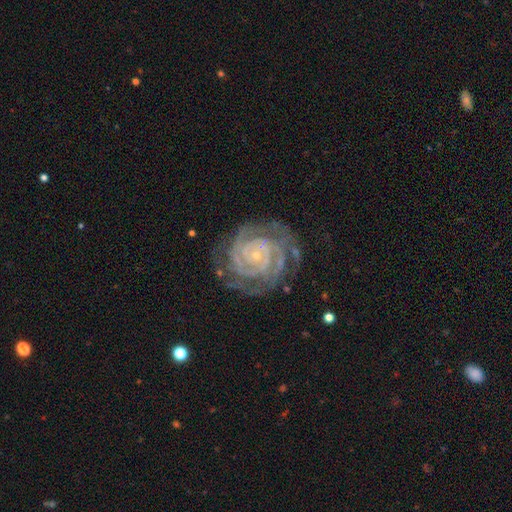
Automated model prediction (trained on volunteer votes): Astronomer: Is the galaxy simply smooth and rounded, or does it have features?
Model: featured or disk — 92%.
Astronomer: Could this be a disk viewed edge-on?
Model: no — 98%.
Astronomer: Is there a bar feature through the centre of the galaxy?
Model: no — 70%.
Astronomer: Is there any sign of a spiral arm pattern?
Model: yes — 99%.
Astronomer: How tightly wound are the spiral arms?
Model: tight — 84%.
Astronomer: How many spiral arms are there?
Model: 2 — 34% (runner-up: 3, 23%).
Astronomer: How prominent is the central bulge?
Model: small — 86%.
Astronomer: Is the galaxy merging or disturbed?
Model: none — 76%.